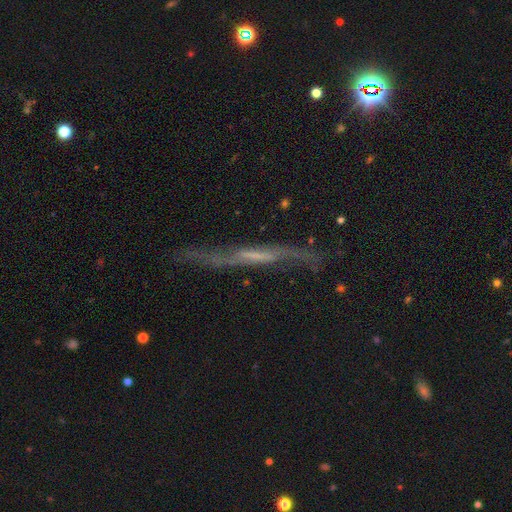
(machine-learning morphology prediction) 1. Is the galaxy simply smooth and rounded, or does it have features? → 74% featured or disk, 17% smooth, 9% star or artifact.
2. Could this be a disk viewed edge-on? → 65% yes, 35% no.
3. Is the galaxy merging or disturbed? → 61% none, 22% minor disturbance, 13% major disturbance, 4% merger.